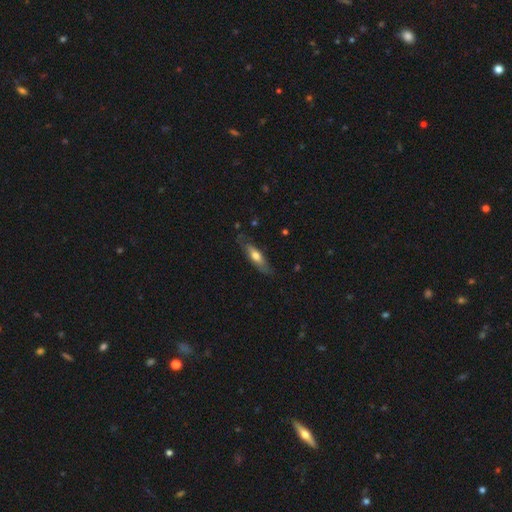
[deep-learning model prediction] Morphology: type=smooth (53%); roundness=cigar-shaped (59%); merging=none (74%).